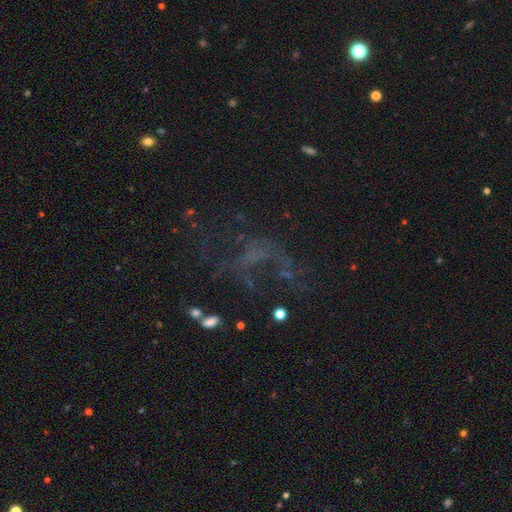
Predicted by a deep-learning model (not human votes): Morphology: type=featured or disk (45%); merging=none (41%).